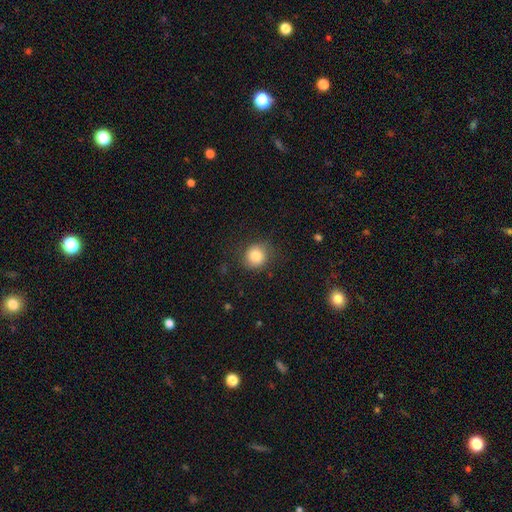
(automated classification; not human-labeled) Smooth or featured?
  - smooth: 84% *
  - star or artifact: 10%
  - featured or disk: 7%
How rounded?
  - round: 84% *
  - in between: 15%
  - cigar-shaped: 1%
Merging?
  - none: 80% *
  - minor disturbance: 14%
  - major disturbance: 4%
  - merger: 1%